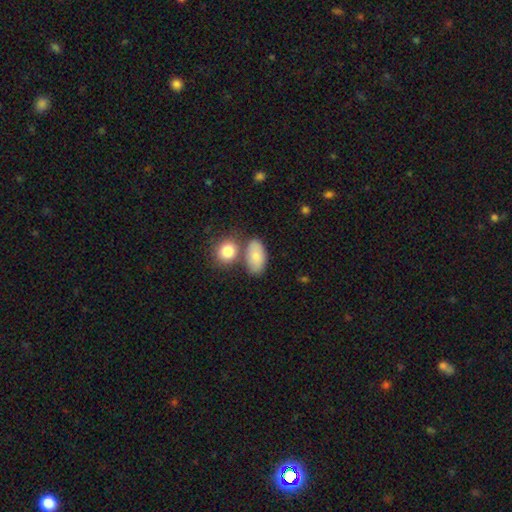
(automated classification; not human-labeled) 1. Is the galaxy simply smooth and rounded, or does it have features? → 81% smooth, 12% featured or disk, 7% star or artifact.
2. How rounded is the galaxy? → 89% in between, 9% round, 3% cigar-shaped.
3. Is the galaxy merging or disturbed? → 58% none, 22% merger, 16% minor disturbance, 5% major disturbance.